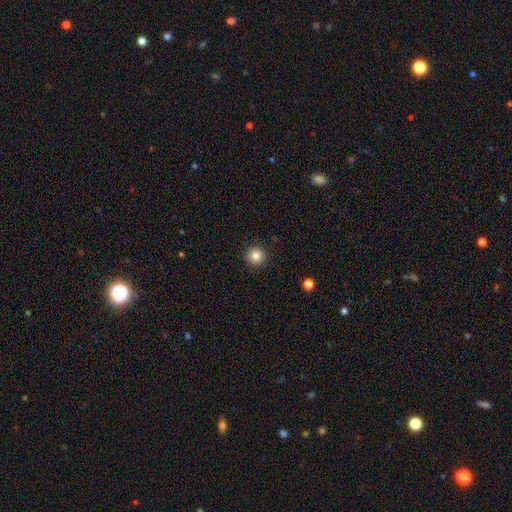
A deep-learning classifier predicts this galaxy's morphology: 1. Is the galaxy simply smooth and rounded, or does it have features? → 83% smooth, 11% star or artifact, 6% featured or disk.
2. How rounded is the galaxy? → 96% round, 3% in between, 1% cigar-shaped.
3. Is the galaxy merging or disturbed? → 92% none, 5% minor disturbance, 2% major disturbance, 1% merger.